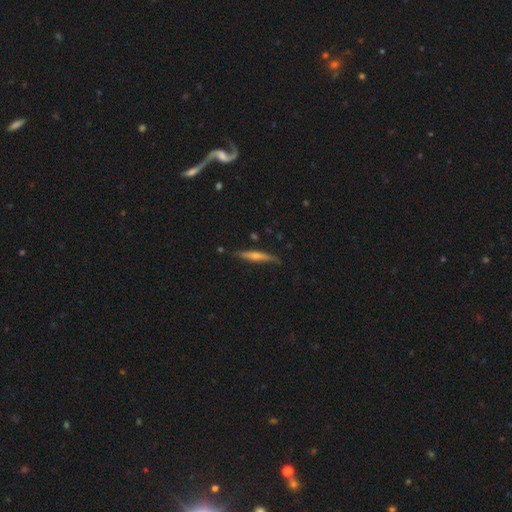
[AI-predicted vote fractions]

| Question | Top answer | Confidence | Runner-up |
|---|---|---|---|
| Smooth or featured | featured or disk | 58% | smooth (35%) |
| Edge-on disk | yes | 95% | no (5%) |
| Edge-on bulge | rounded | 74% | none (20%) |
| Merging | none | 81% | minor disturbance (15%) |